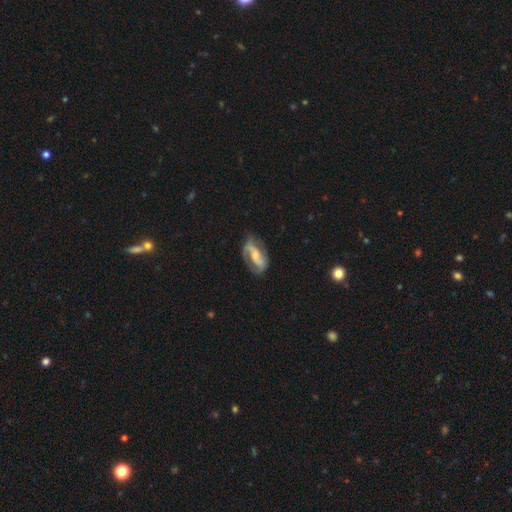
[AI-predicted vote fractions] A featured or disk galaxy (79%) with a weak bar (40%), 2 (81%) medium (46%) spiral arms (92%) and a small central bulge (47%).

Vote fractions:
- Smooth or featured? featured or disk: 79% / smooth: 15% / star or artifact: 6%
- Edge-on disk? no: 96% / yes: 4%
- Bar? weak: 40% / no: 35% / strong: 25%
- Spiral arms? yes: 92% / no: 8%
- Spiral winding? medium: 46% / loose: 32% / tight: 22%
- Spiral arm count? 2: 81% / 1: 9% / can't tell: 7% / 3: 1% / 4: 1% / more than 4: 1%
- Bulge size? small: 47% / moderate: 39% / none: 8% / large: 4% / dominant: 1%
- Merging? none: 61% / minor disturbance: 23% / major disturbance: 13% / merger: 2%